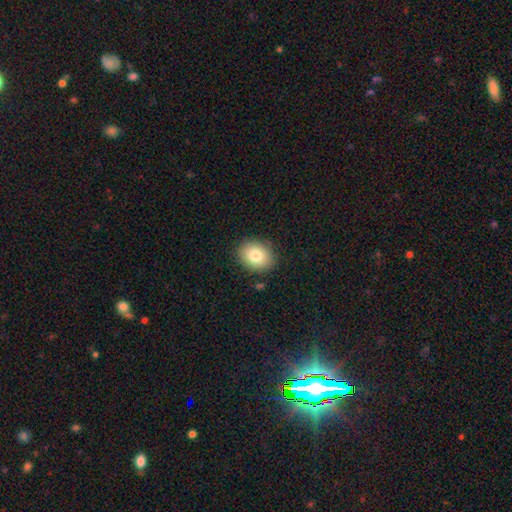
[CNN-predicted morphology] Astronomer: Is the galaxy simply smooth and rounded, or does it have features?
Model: smooth — 80%.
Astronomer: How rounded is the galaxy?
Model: round — 55% (runner-up: in between, 44%).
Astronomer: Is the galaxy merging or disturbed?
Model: none — 87%.